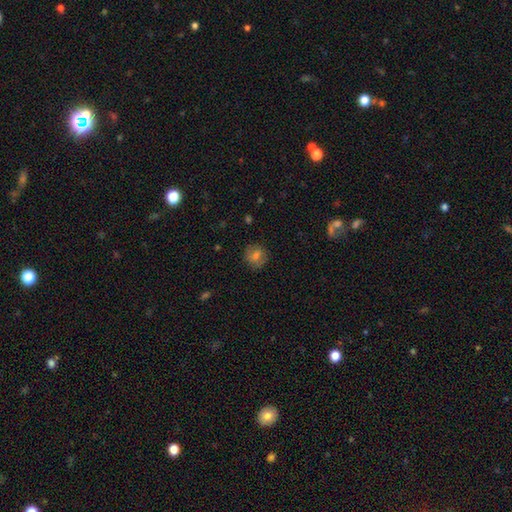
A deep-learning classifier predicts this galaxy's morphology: This appears to be a smooth galaxy with no disk features (66%) that is round (84%). Merging: none (84%).